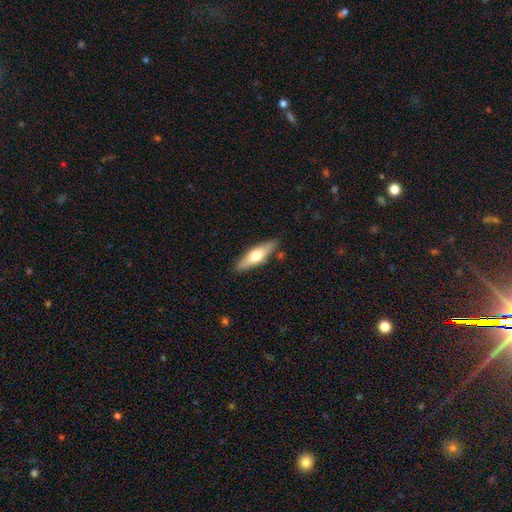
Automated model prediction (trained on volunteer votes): Morphology: type=smooth (52%); roundness=cigar-shaped (58%); merging=none (85%).